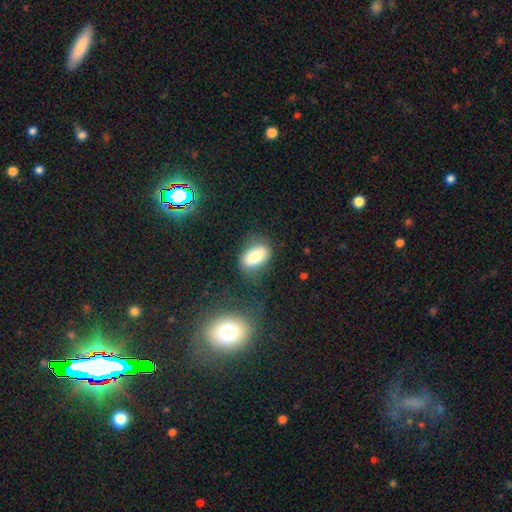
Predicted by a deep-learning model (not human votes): smooth_or_featured: smooth (p=0.79) [alt: featured or disk p=0.12]
how_rounded: in between (p=0.87) [alt: round p=0.09]
merging: none (p=0.73) [alt: minor disturbance p=0.17]